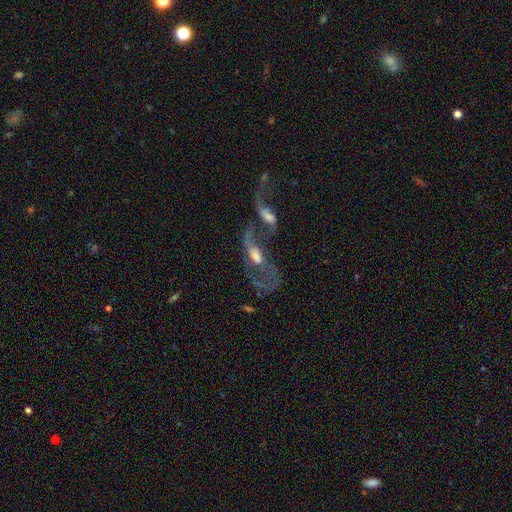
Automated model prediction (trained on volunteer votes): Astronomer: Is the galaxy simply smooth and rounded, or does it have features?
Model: featured or disk — 69%.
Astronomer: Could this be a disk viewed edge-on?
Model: no — 87%.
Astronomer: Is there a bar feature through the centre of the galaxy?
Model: no — 52% (runner-up: weak, 34%).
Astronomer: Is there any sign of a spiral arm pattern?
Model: yes — 67%.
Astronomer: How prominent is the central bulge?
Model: moderate — 49%.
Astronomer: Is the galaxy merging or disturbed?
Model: merger — 64%.